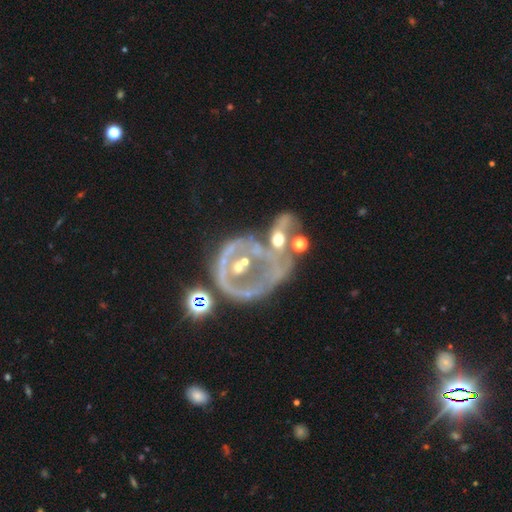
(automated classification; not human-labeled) smooth_or_featured: featured or disk (p=0.69) [alt: star or artifact p=0.20]
disk_edge_on: no (p=0.95) [alt: yes p=0.05]
bar: no (p=0.64) [alt: weak p=0.23]
has_spiral_arms: yes (p=0.61) [alt: no p=0.39]
bulge_size: small (p=0.60) [alt: moderate p=0.22]
merging: none (p=0.39) [alt: major disturbance p=0.23]